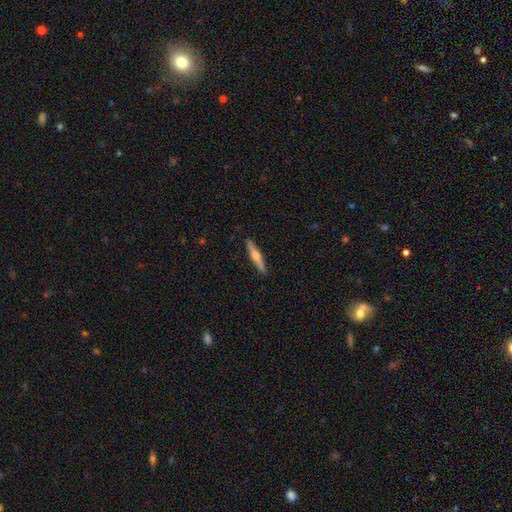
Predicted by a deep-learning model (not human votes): The model was most divided on "smooth or featured": featured or disk: 54%, smooth: 41%, star or artifact: 5%. More confident: edge-on disk — yes (97%); merging — none (91%); edge-on bulge — rounded (89%).